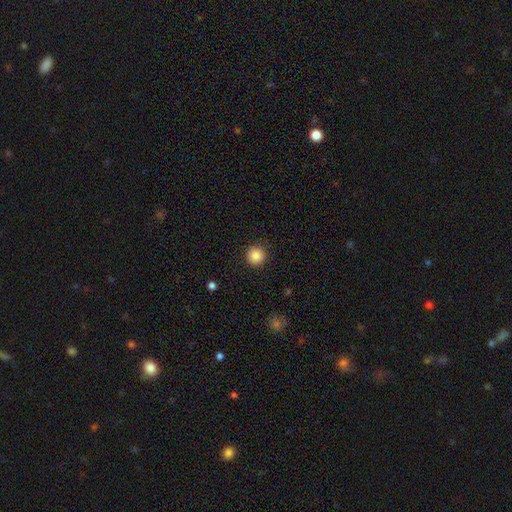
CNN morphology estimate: smooth 86%, star or artifact 10%, featured or disk 3%. Down the decision tree: how rounded — round (95%); merging — none (91%).